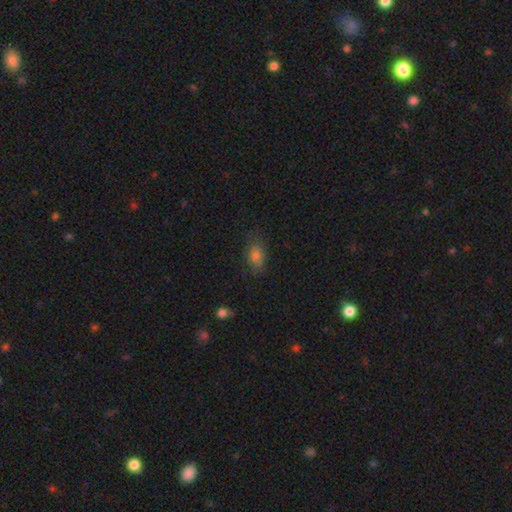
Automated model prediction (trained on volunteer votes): Smooth or featured? Predicted: smooth (p=0.77). How rounded? Predicted: in between (p=0.84). Merging? Predicted: none (p=0.71).